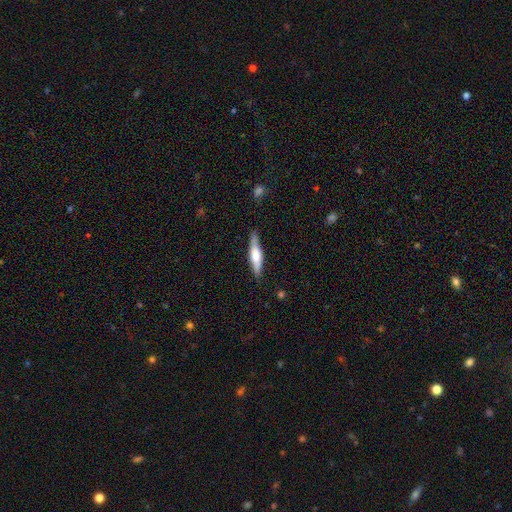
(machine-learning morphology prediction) smooth-or-featured: featured or disk: 48% | smooth: 47% | star or artifact: 6%
  merging: none: 81% | minor disturbance: 15% | major disturbance: 3% | merger: 1%